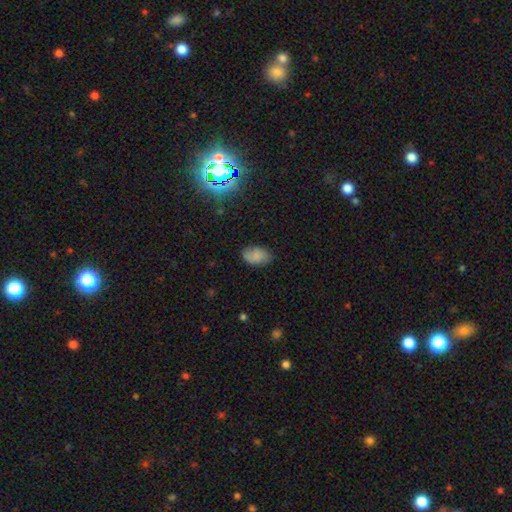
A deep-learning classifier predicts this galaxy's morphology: type=smooth (80%); roundness=in between (90%); merging=none (78%).